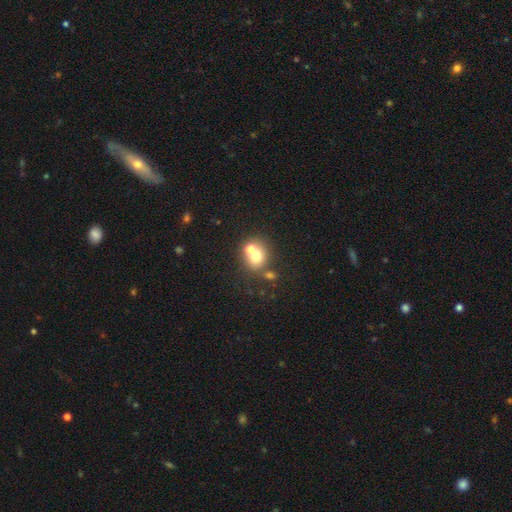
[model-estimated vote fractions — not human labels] Smooth or featured? Predicted: smooth (p=0.66). How rounded? Predicted: round (p=0.75). Merging? Predicted: merger (p=0.52).